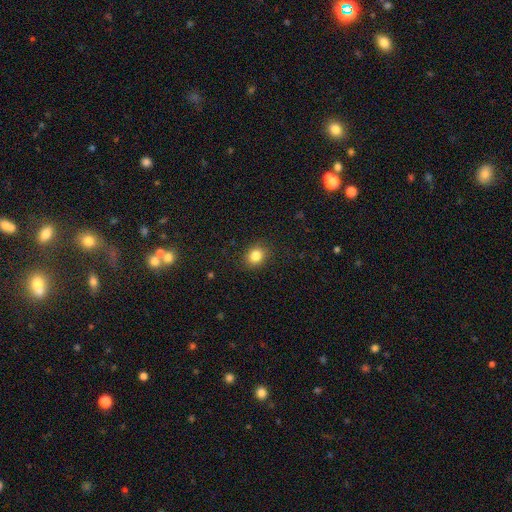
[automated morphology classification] smooth-or-featured: smooth: 84% | star or artifact: 11% | featured or disk: 6%
  how-rounded: round: 60% | in between: 39% | cigar-shaped: 1%
  merging: none: 87% | minor disturbance: 9% | major disturbance: 3% | merger: 1%